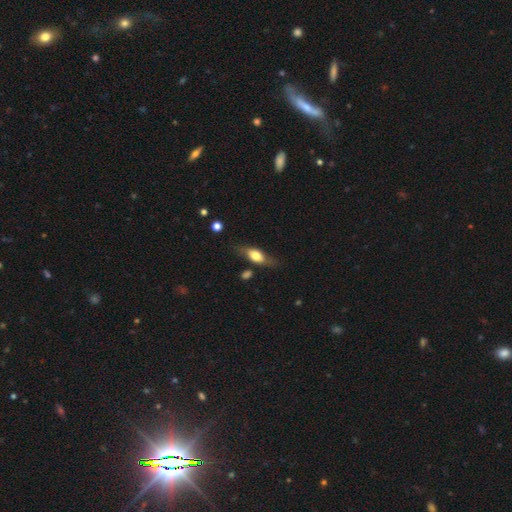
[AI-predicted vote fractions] This appears to be a smooth galaxy with no disk features (59%) that is in between round and cigar-shaped (72%). Merging: none (66%).